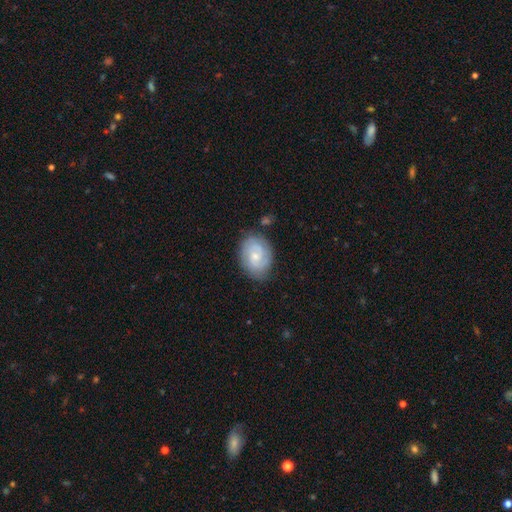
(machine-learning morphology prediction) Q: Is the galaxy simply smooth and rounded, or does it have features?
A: featured or disk — 70%.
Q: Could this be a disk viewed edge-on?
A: no — 97%.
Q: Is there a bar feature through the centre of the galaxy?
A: no — 59%.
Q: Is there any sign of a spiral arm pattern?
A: yes — 92%.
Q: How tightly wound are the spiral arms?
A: tight — 52%.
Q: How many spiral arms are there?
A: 2 — 62%.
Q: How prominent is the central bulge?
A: small — 55%.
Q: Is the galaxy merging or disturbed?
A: none — 79%.